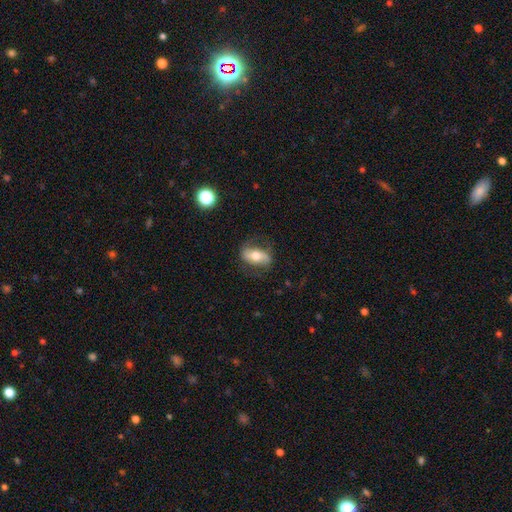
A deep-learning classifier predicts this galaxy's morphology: Q: Smooth or featured?
A: smooth (47%); runner-up: featured or disk (46%)
Q: Merging?
A: none (71%); runner-up: minor disturbance (19%)